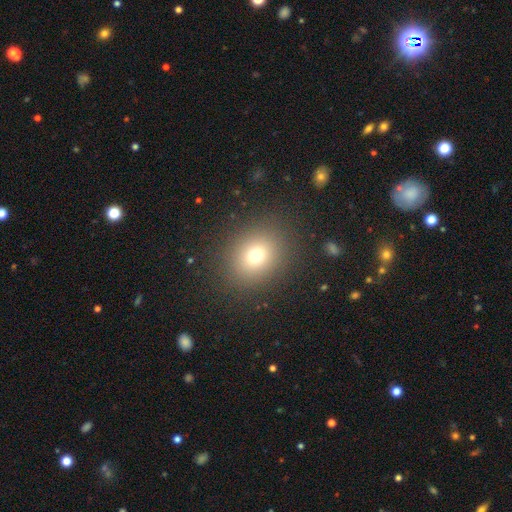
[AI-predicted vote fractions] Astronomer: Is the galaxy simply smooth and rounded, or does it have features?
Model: smooth — 73%.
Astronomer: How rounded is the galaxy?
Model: round — 62% (runner-up: in between, 37%).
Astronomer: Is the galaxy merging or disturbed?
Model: none — 87%.